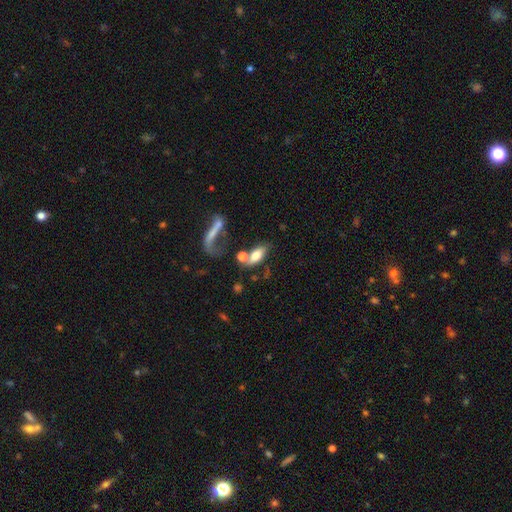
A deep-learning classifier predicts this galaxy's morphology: smooth 67%, featured or disk 25%, star or artifact 9%. Down the decision tree: how rounded — in between (77%); merging — none (43%).